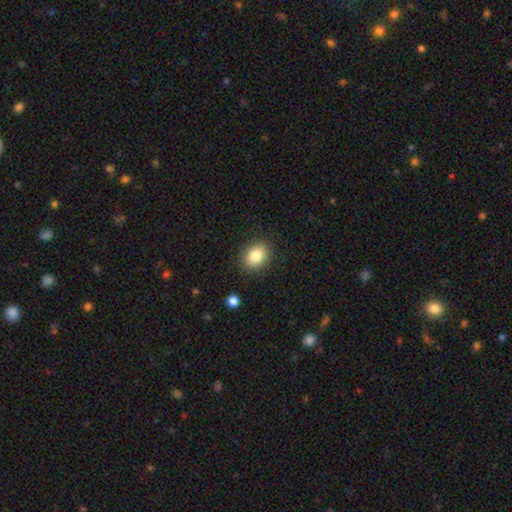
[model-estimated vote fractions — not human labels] Morphology: type=smooth (85%); roundness=in between (61%); merging=none (87%).